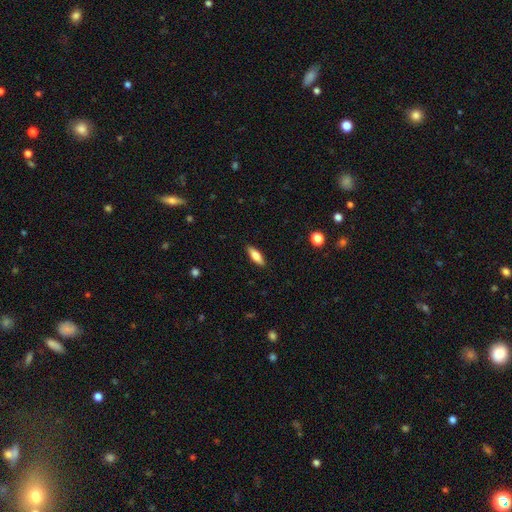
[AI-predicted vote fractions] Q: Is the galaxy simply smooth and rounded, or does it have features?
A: smooth — 77%.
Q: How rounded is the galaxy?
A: in between — 57%.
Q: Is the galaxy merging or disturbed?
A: none — 89%.